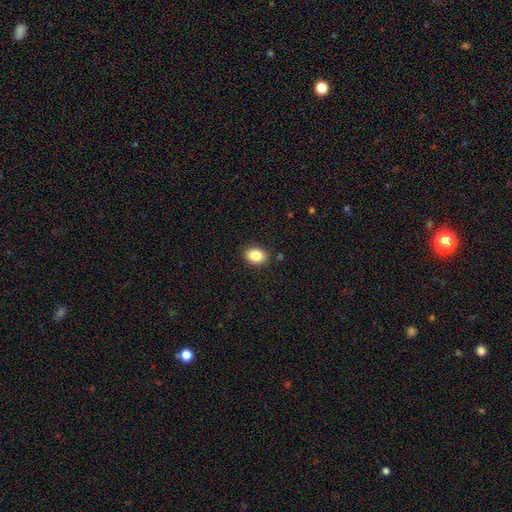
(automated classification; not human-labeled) Q: Smooth or featured?
A: smooth (84%); runner-up: star or artifact (9%)
Q: How rounded?
A: in between (72%); runner-up: round (27%)
Q: Merging?
A: none (89%); runner-up: minor disturbance (8%)